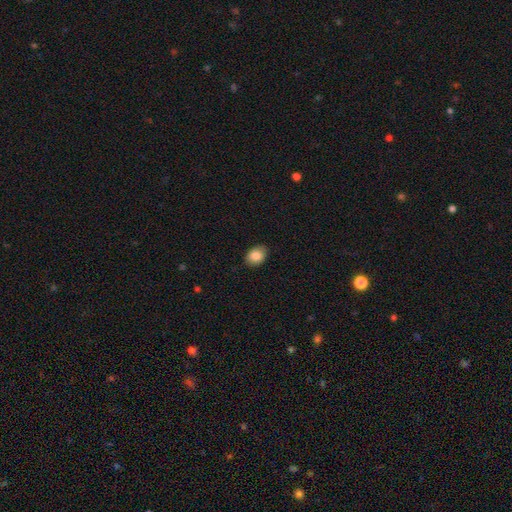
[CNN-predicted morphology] Overall: smooth (86%). How rounded: in between (74%). Merging: none (87%).